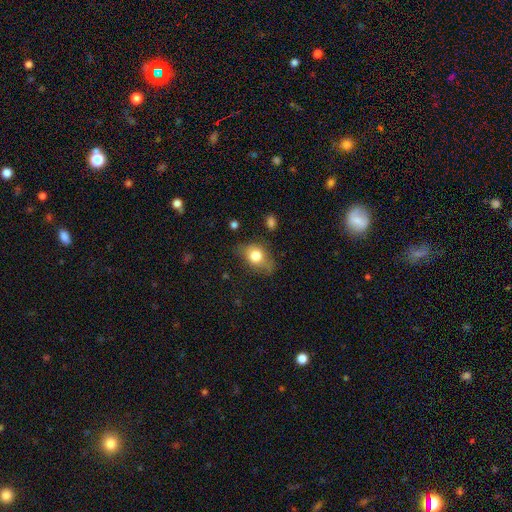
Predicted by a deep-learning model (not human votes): smooth_or_featured: smooth (p=0.75) [alt: featured or disk p=0.17]
how_rounded: in between (p=0.70) [alt: round p=0.28]
merging: none (p=0.57) [alt: minor disturbance p=0.29]